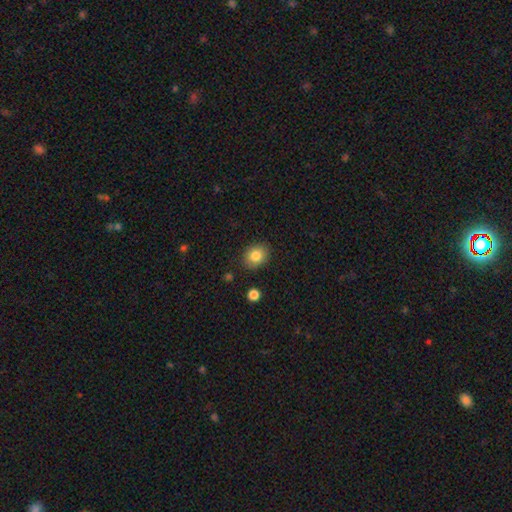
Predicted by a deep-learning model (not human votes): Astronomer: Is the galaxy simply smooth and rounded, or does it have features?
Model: smooth — 83%.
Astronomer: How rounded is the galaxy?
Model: in between — 52% (runner-up: round, 47%).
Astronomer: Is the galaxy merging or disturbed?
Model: none — 86%.